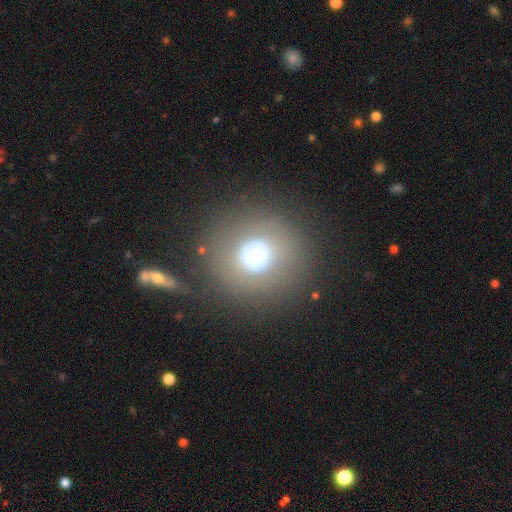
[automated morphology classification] smooth-or-featured: smooth: 50% | featured or disk: 39% | star or artifact: 11%
  how-rounded: round: 87% | in between: 12% | cigar-shaped: 1%
  merging: none: 73% | minor disturbance: 12% | major disturbance: 11% | merger: 4%